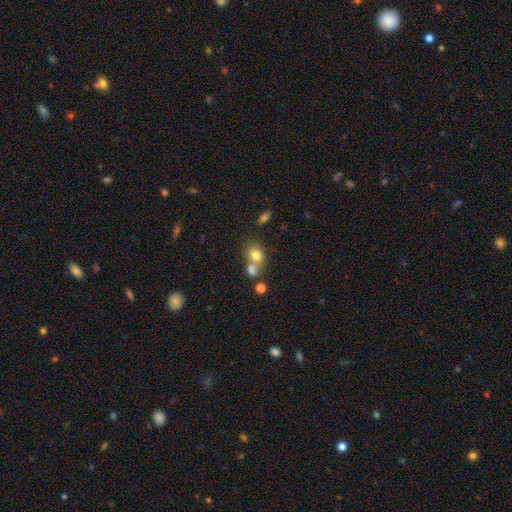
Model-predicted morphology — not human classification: Q: Smooth or featured?
A: smooth (75%); runner-up: featured or disk (13%)
Q: How rounded?
A: round (61%); runner-up: in between (38%)
Q: Merging?
A: merger (51%); runner-up: none (36%)